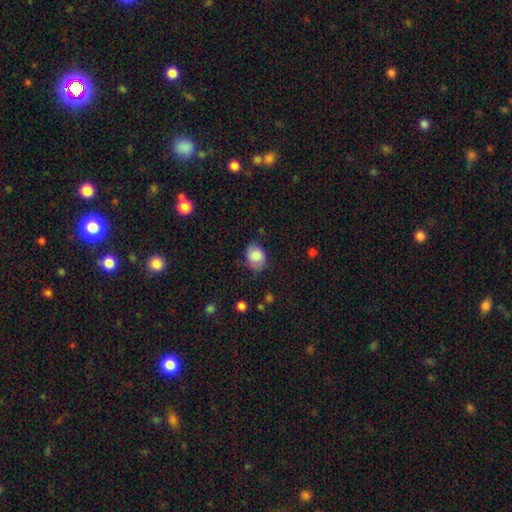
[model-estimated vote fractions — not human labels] This appears to be a smooth galaxy with no disk features (84%) that is in between round and cigar-shaped (60%). Merging: none (64%).